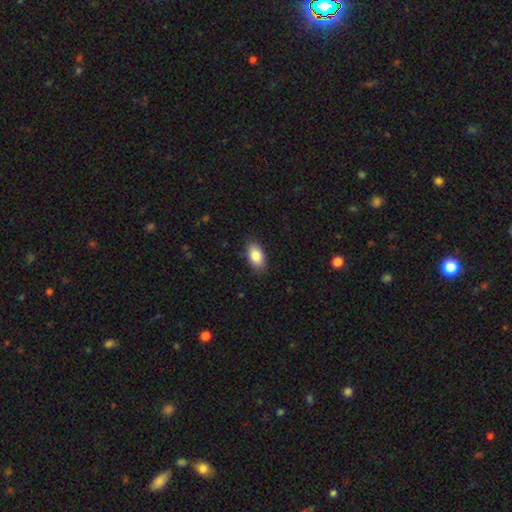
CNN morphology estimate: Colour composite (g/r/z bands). It shows a smooth galaxy with no disk features (85%) that is in between round and cigar-shaped (93%). Merging: none (85%).